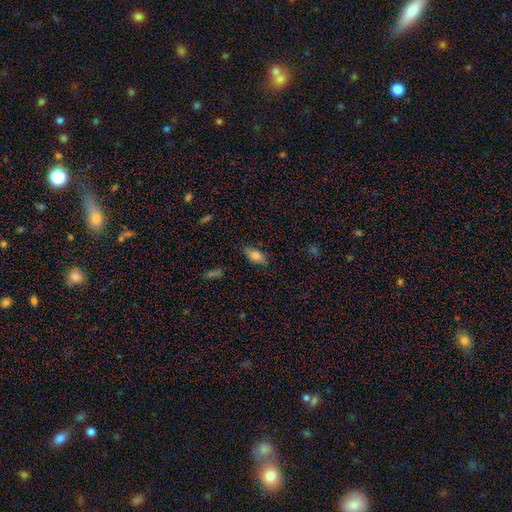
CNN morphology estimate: smooth-or-featured: smooth: 79% | featured or disk: 11% | star or artifact: 10%
  how-rounded: in between: 87% | cigar-shaped: 6% | round: 6%
  merging: none: 78% | minor disturbance: 17% | major disturbance: 3% | merger: 2%